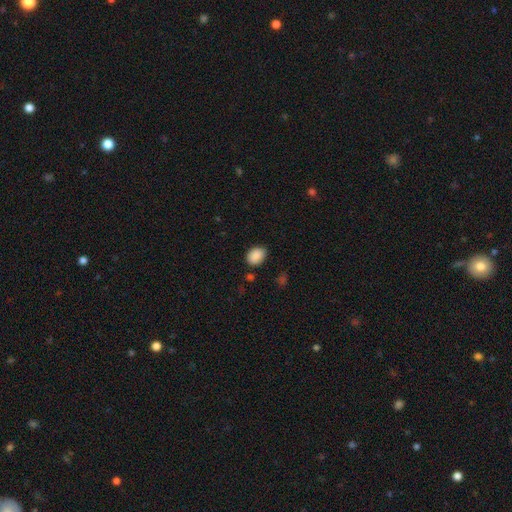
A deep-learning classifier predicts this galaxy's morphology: Smooth or featured: smooth — 89% (star or artifact — 8%)
How rounded: in between — 73% (round — 26%)
Merging: none — 82% (minor disturbance — 13%)